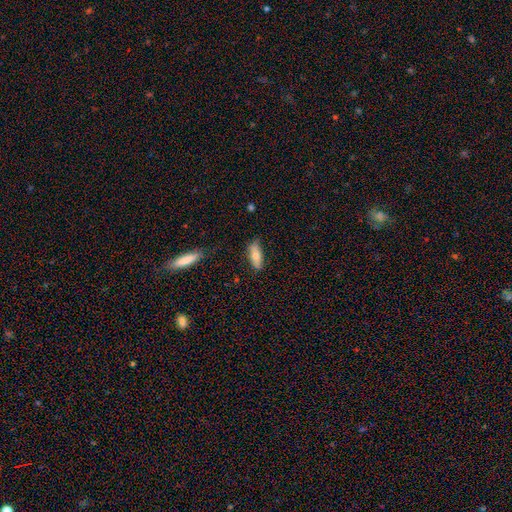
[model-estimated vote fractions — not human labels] A smooth galaxy with no disk features (71%) that is in between round and cigar-shaped (70%). Merging: none (76%).